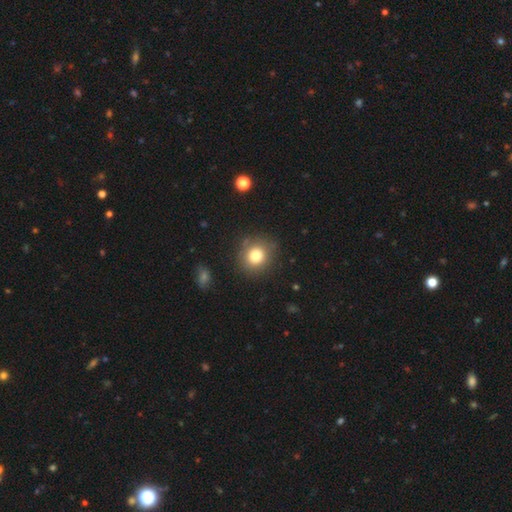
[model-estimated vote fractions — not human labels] Smooth or featured: smooth — 78% (star or artifact — 12%)
How rounded: round — 86% (in between — 13%)
Merging: none — 84% (minor disturbance — 10%)